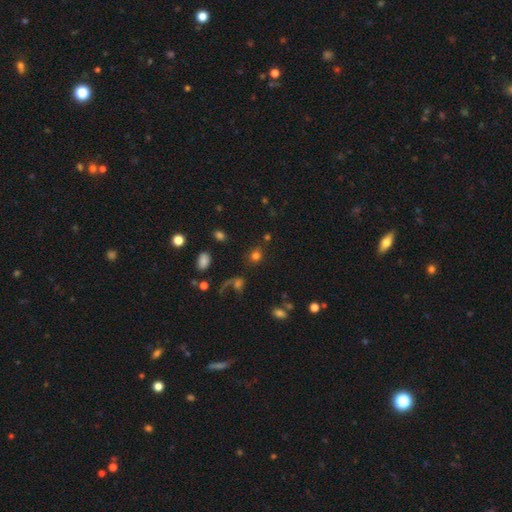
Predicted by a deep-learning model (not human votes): Overall: smooth (73%). How rounded: round (76%). Merging: none (72%).